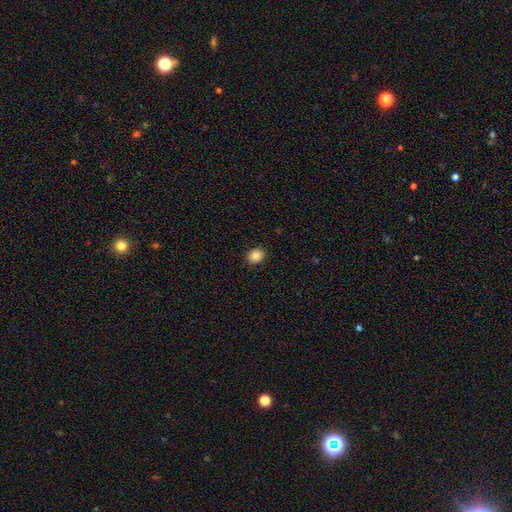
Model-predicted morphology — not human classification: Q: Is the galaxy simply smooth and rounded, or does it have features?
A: smooth — 84%.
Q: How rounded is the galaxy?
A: round — 69%.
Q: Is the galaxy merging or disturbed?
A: none — 91%.